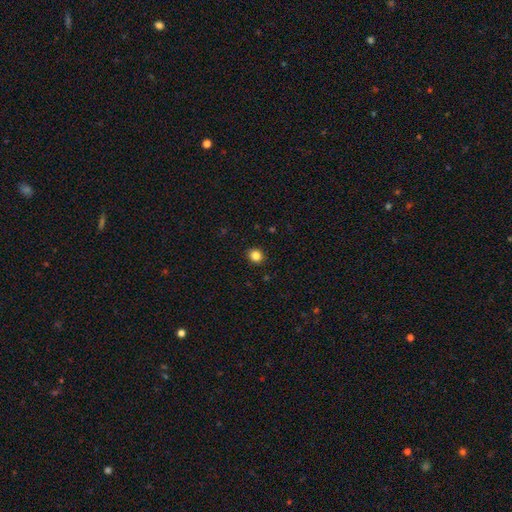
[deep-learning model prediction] Morphology: type=smooth (84%); roundness=round (78%); merging=none (91%).